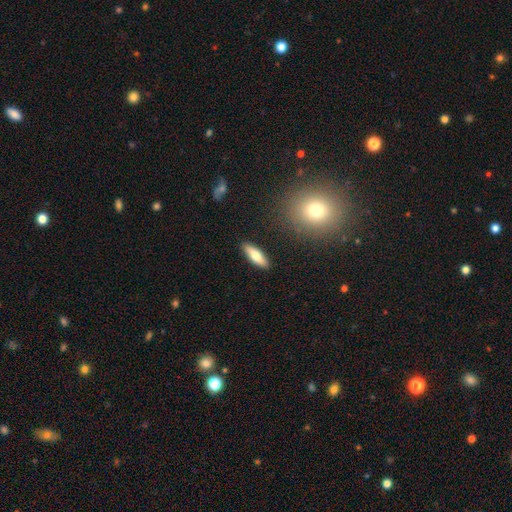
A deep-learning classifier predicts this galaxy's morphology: This appears to be a smooth galaxy with no disk features (70%) that is cigar-shaped (49%). Merging: none (88%).